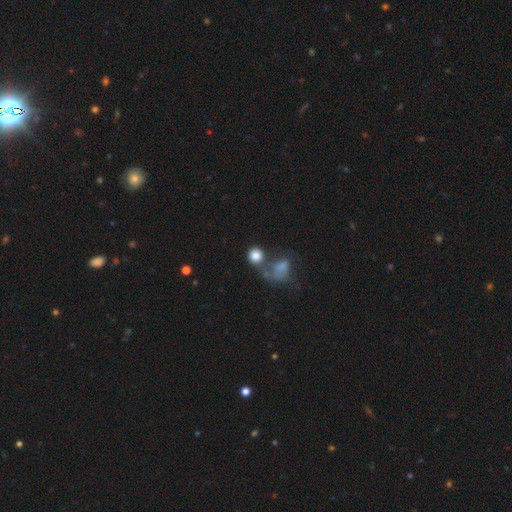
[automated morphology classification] smooth-or-featured: smooth: 81% | star or artifact: 10% | featured or disk: 9%
  how-rounded: round: 85% | in between: 14% | cigar-shaped: 1%
  merging: none: 47% | merger: 30% | minor disturbance: 12% | major disturbance: 12%